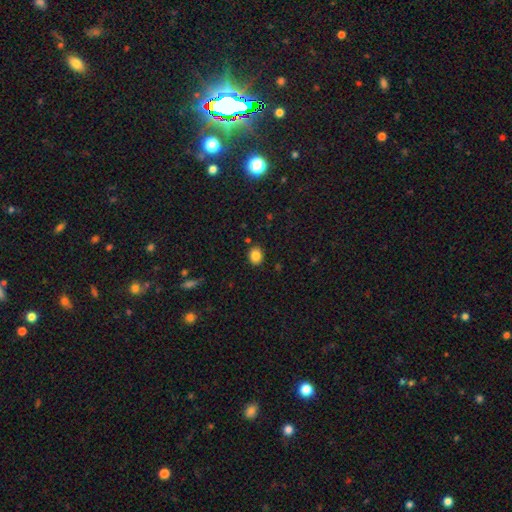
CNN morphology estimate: smooth_or_featured: smooth (p=0.84) [alt: star or artifact p=0.10]
how_rounded: round (p=0.54) [alt: in between p=0.45]
merging: none (p=0.87) [alt: minor disturbance p=0.09]